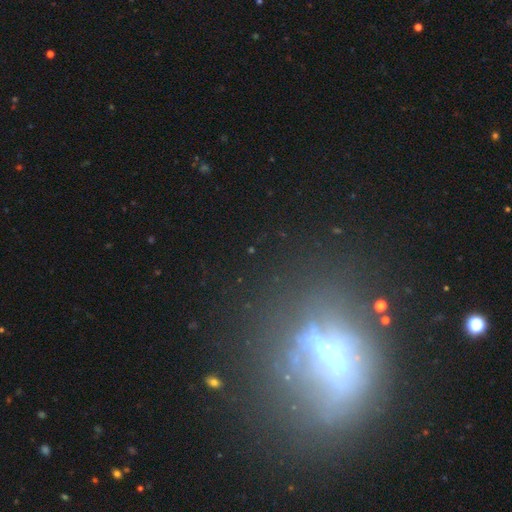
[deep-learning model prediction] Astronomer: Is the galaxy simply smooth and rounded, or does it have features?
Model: featured or disk — 50% (runner-up: star or artifact, 27%).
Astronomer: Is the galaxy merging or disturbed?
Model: none — 50%.